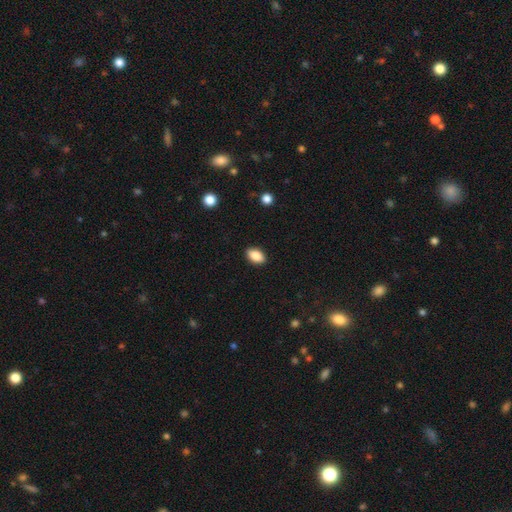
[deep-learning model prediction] A smooth galaxy with no disk features (88%) that is in between round and cigar-shaped (90%). Merging: none (89%).